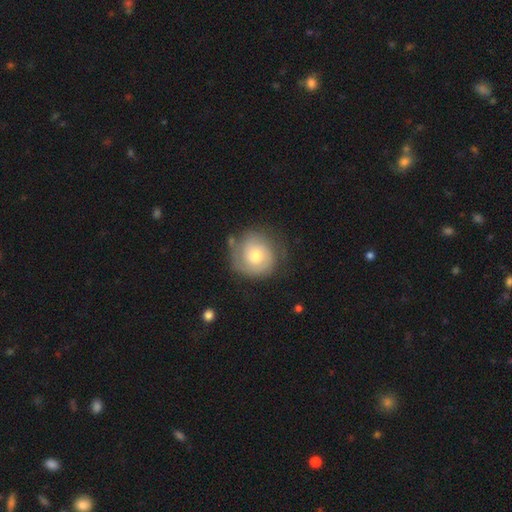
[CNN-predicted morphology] Smooth or featured: featured or disk — 56% (smooth — 38%)
Edge-on disk: no — 98% (yes — 2%)
Bar: no — 79% (weak — 18%)
Spiral arms: yes — 82% (no — 18%)
Bulge size: moderate — 72% (small — 17%)
Merging: none — 67% (minor disturbance — 20%)